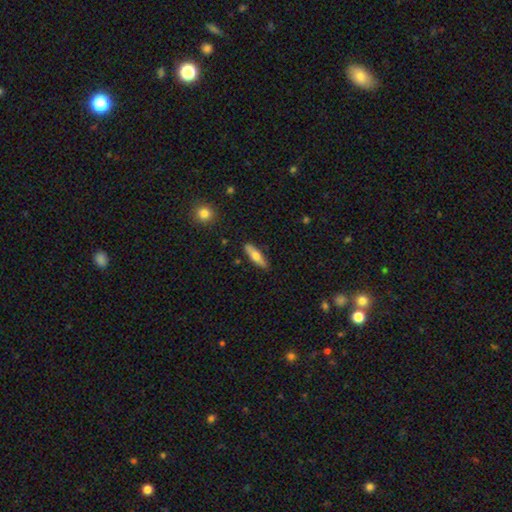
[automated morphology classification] Q: Smooth or featured?
A: smooth (62%); runner-up: featured or disk (32%)
Q: How rounded?
A: cigar-shaped (62%); runner-up: in between (36%)
Q: Merging?
A: none (86%); runner-up: minor disturbance (11%)